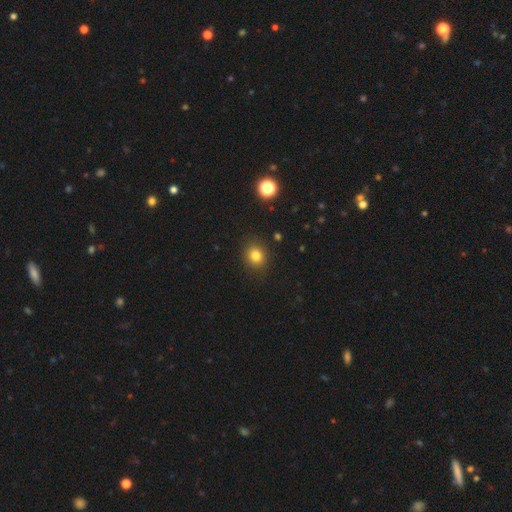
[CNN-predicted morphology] Smooth or featured? Predicted: smooth (p=0.81). How rounded? Predicted: round (p=0.76). Merging? Predicted: none (p=0.88).